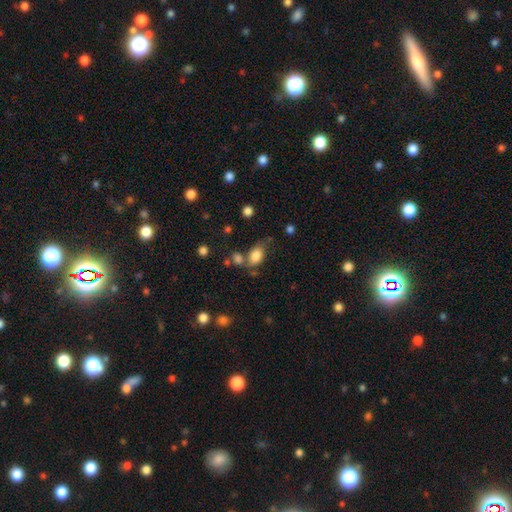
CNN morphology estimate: smooth-or-featured: smooth: 81% | featured or disk: 9% | star or artifact: 9%
  how-rounded: in between: 86% | round: 13% | cigar-shaped: 2%
  merging: none: 52% | minor disturbance: 20% | merger: 19% | major disturbance: 9%